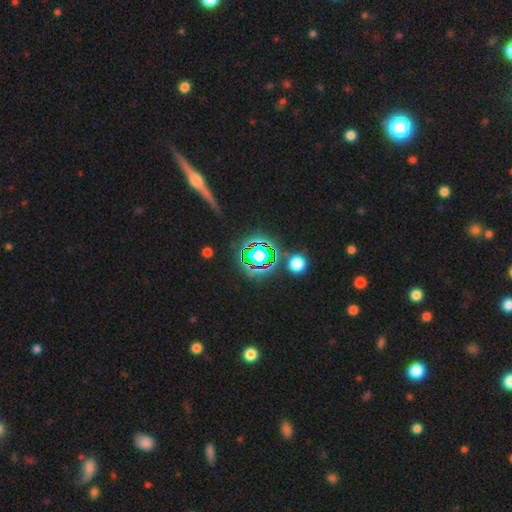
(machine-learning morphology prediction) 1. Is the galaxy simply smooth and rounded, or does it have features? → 45% star or artifact, 37% featured or disk, 18% smooth.